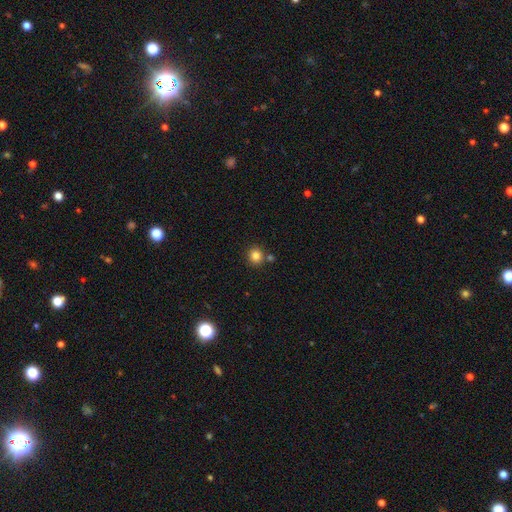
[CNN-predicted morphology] Q: Smooth or featured?
A: smooth (83%); runner-up: star or artifact (12%)
Q: How rounded?
A: round (89%); runner-up: in between (10%)
Q: Merging?
A: none (79%); runner-up: merger (11%)